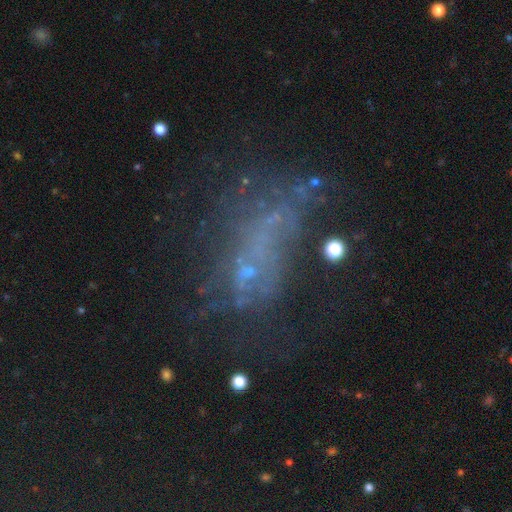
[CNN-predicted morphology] Q: Smooth or featured?
A: star or artifact (40%); runner-up: featured or disk (38%)